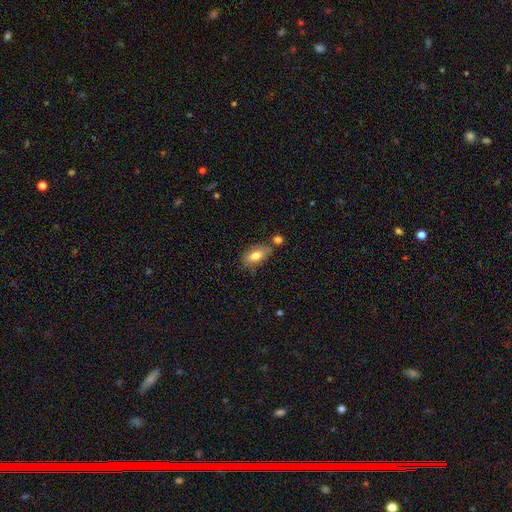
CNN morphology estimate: A smooth galaxy with no disk features (75%) that is in between round and cigar-shaped (90%).

Vote fractions:
- Smooth or featured? smooth: 75% / featured or disk: 18% / star or artifact: 7%
- How rounded? in between: 90% / cigar-shaped: 6% / round: 5%
- Merging? none: 60% / minor disturbance: 20% / merger: 16% / major disturbance: 5%